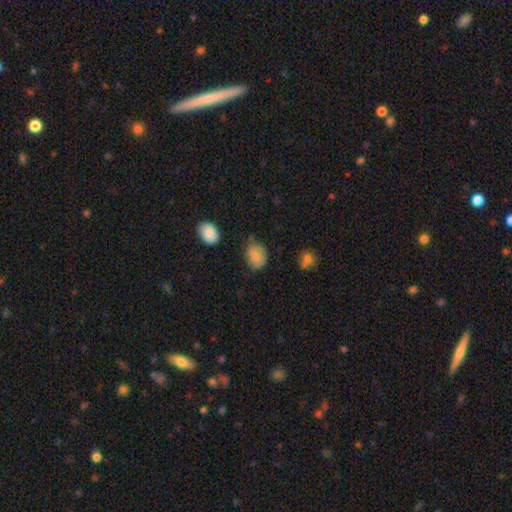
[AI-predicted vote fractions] Q: Smooth or featured?
A: smooth (78%); runner-up: featured or disk (13%)
Q: How rounded?
A: in between (66%); runner-up: round (33%)
Q: Merging?
A: none (58%); runner-up: minor disturbance (31%)